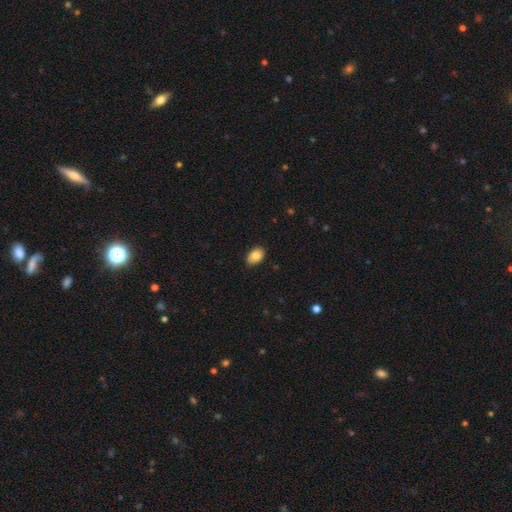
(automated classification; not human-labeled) Overall: smooth (83%). How rounded: in between (88%). Merging: none (83%).